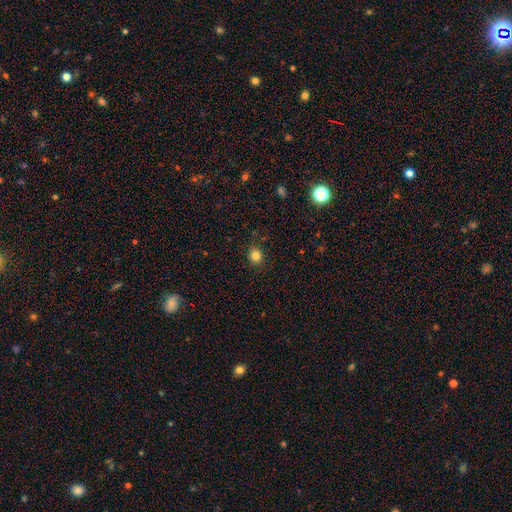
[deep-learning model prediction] Smooth or featured?
  - smooth: 82% *
  - star or artifact: 12%
  - featured or disk: 5%
How rounded?
  - round: 79% *
  - in between: 20%
  - cigar-shaped: 1%
Merging?
  - none: 89% *
  - minor disturbance: 8%
  - major disturbance: 2%
  - merger: 1%